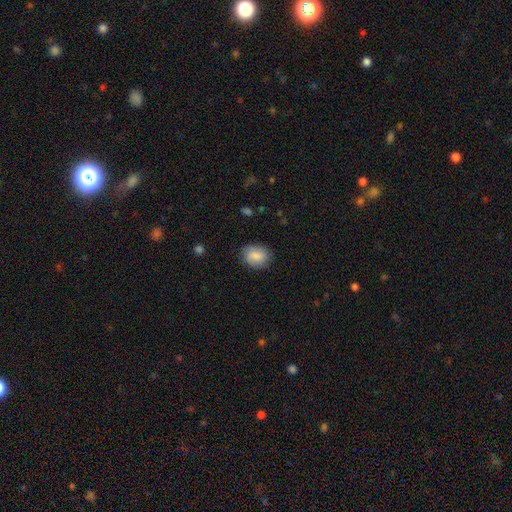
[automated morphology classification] Smooth or featured: smooth — 82% (featured or disk — 11%)
How rounded: in between — 56% (round — 43%)
Merging: none — 83% (minor disturbance — 13%)